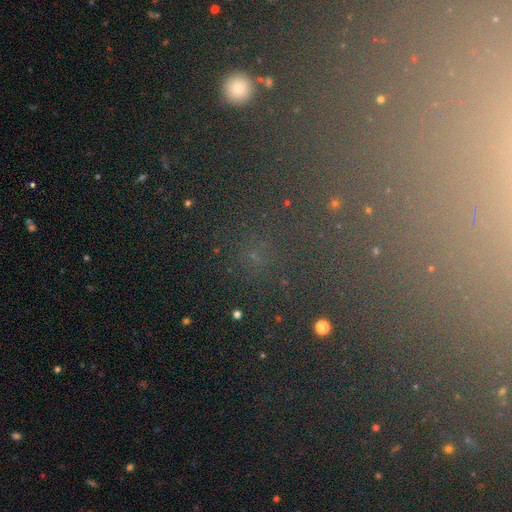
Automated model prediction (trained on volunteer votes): Q: Smooth or featured?
A: star or artifact (66%); runner-up: smooth (25%)